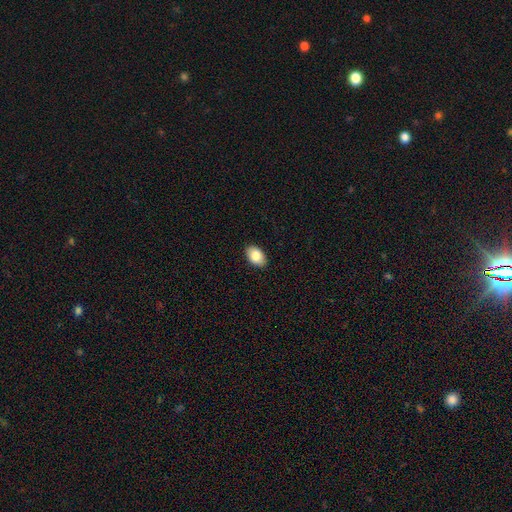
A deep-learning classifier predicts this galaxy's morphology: This is clearly a smooth galaxy (85%). How rounded: clearly in between (90%). Merging: clearly none (90%).